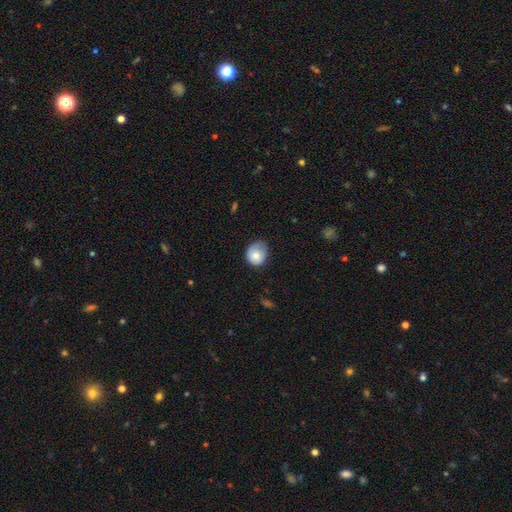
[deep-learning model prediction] Smooth or featured: smooth — 76% (featured or disk — 17%)
How rounded: round — 68% (in between — 32%)
Merging: none — 50% (minor disturbance — 38%)